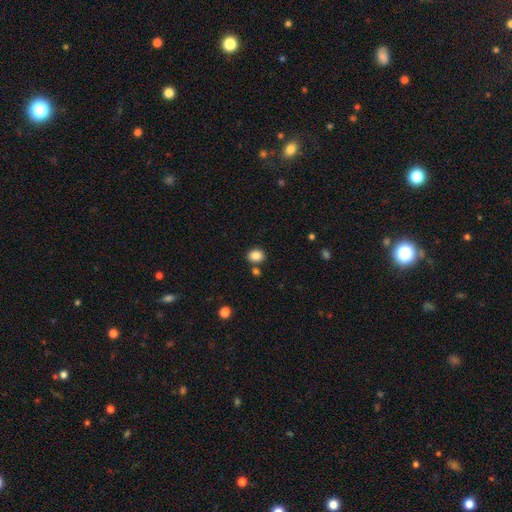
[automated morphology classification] The model was most divided on "how rounded": round: 52%, in between: 47%, cigar-shaped: 1%. More confident: smooth or featured — smooth (86%); merging — none (78%).